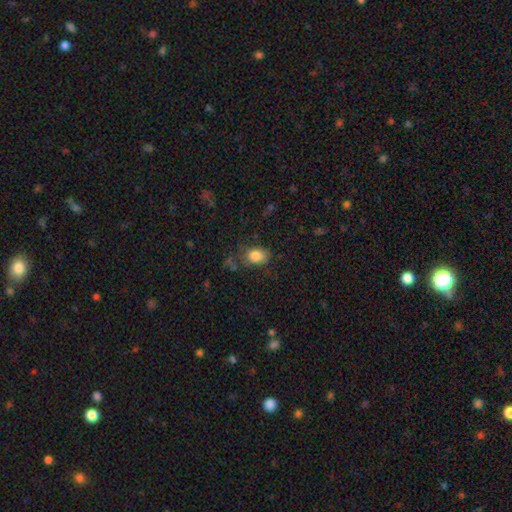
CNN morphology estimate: Overall: smooth (83%). How rounded: in between (73%). Merging: none (67%).